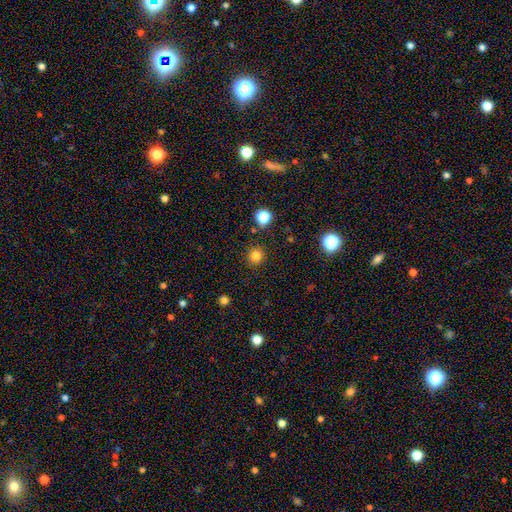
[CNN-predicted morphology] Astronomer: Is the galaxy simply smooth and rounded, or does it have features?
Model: smooth — 81%.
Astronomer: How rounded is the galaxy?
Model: round — 90%.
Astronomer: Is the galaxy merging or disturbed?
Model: none — 89%.